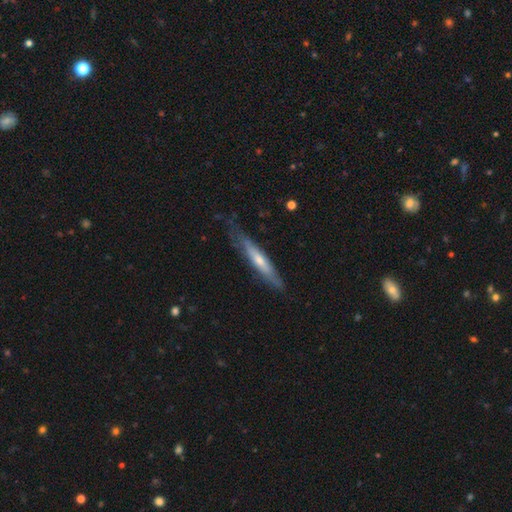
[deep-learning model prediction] This is likely a featured or disk galaxy (61%). It is clearly viewed edge-on (85%). Edge-on bulge: likely rounded (63%). Merging: likely none (70%).